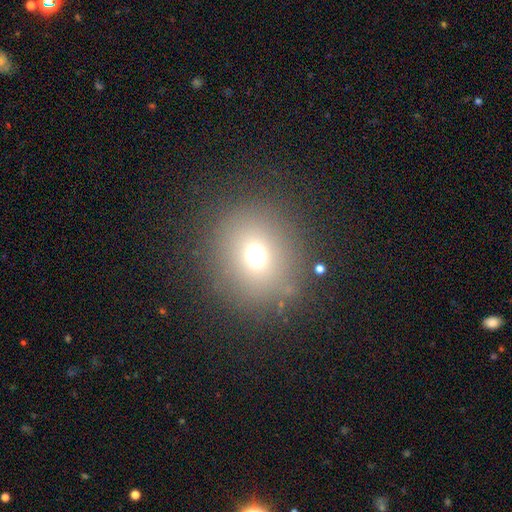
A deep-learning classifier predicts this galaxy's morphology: A smooth galaxy with no disk features (67%) that is round (82%).

Vote fractions:
- Smooth or featured? smooth: 67% / star or artifact: 22% / featured or disk: 11%
- How rounded? round: 82% / in between: 17% / cigar-shaped: 1%
- Merging? none: 83% / minor disturbance: 8% / major disturbance: 6% / merger: 2%